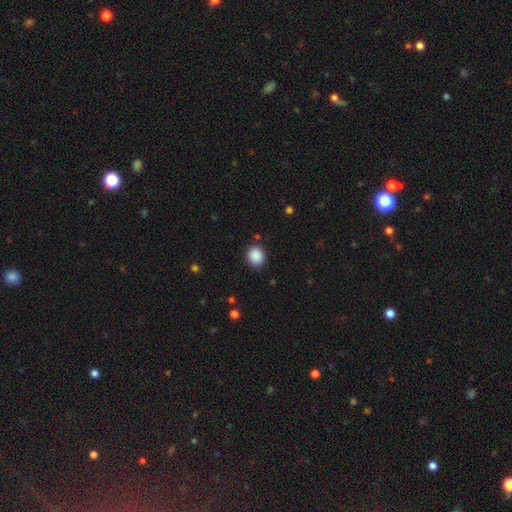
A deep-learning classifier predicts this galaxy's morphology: smooth_or_featured: smooth (p=0.89) [alt: star or artifact p=0.08]
how_rounded: round (p=0.70) [alt: in between p=0.29]
merging: none (p=0.88) [alt: minor disturbance p=0.08]